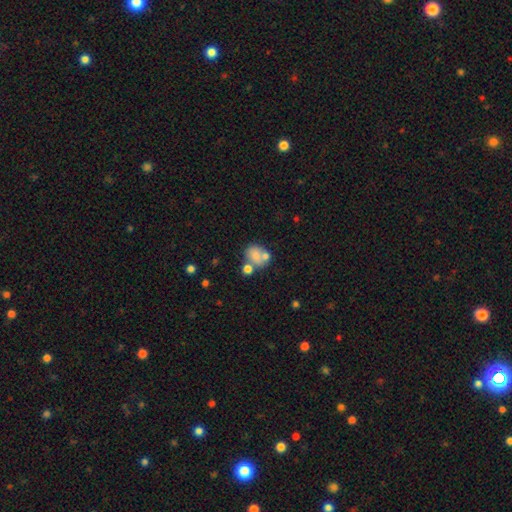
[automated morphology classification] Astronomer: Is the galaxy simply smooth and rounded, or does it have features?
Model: smooth — 71%.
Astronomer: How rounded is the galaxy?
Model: round — 51% (runner-up: in between, 48%).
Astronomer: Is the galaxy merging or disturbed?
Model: none — 40% (runner-up: merger, 37%).